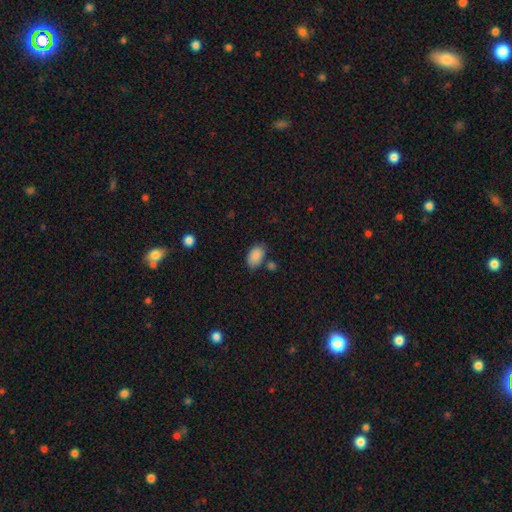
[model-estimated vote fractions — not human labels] smooth 88%, star or artifact 7%, featured or disk 5%. Down the decision tree: how rounded — in between (92%); merging — none (69%).